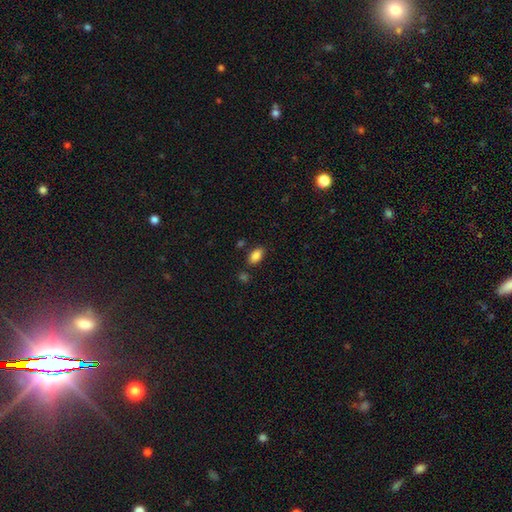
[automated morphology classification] Smooth or featured? smooth (87%)
How rounded? in between (91%)
Merging? none (80%)